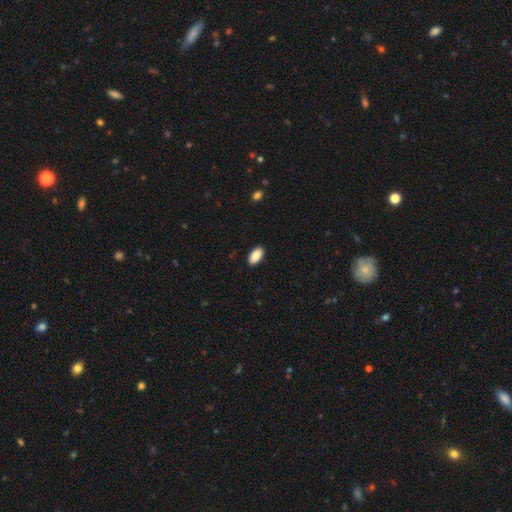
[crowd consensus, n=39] Volunteers were most divided on "how rounded": in between: 92%, cigar-shaped: 8%, round: 0%. More confident: smooth or featured — smooth (92%); merging — none (89%).